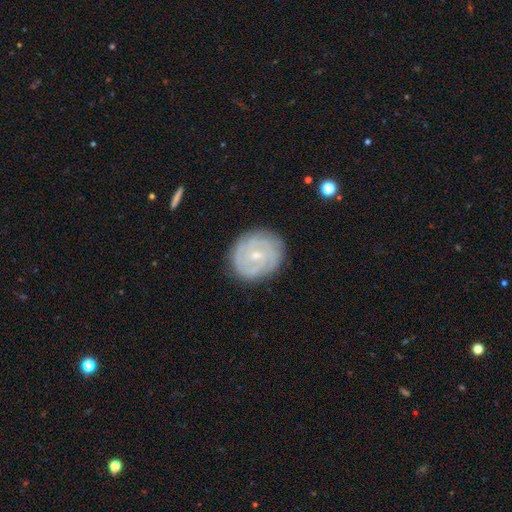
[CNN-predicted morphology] type=featured or disk (77%); edge-on=no (98%); bar=no (52%); spiral arms=yes (92%); winding=tight (73%); arm count=2 (36%); bulge=small (68%); merging=none (84%).